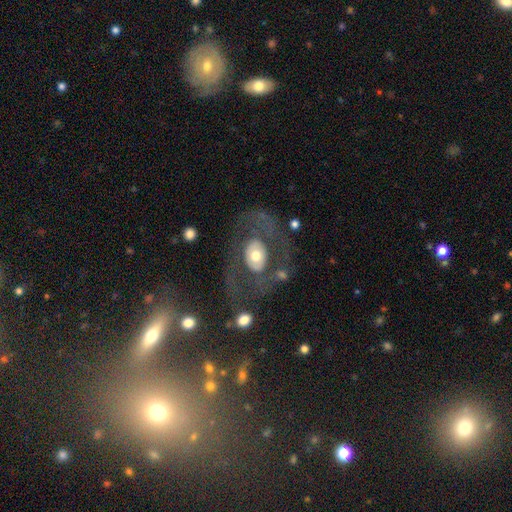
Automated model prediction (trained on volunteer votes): Q: Smooth or featured?
A: featured or disk (52%); runner-up: smooth (42%)
Q: Edge-on disk?
A: no (93%); runner-up: yes (7%)
Q: Merging?
A: none (63%); runner-up: major disturbance (20%)